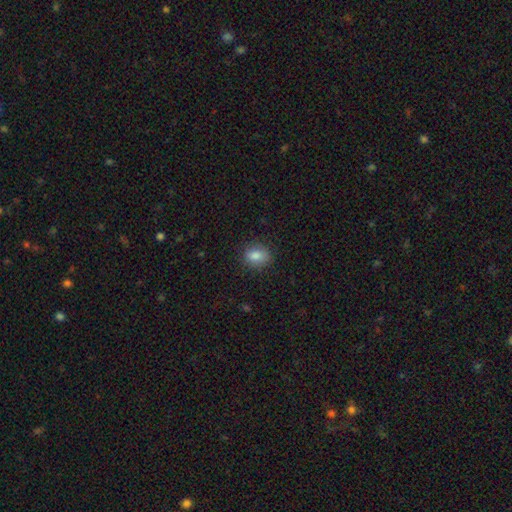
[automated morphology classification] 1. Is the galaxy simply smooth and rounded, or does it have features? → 85% smooth, 9% star or artifact, 6% featured or disk.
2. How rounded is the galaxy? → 61% in between, 37% round, 1% cigar-shaped.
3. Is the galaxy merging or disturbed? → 83% none, 13% minor disturbance, 3% major disturbance, 1% merger.